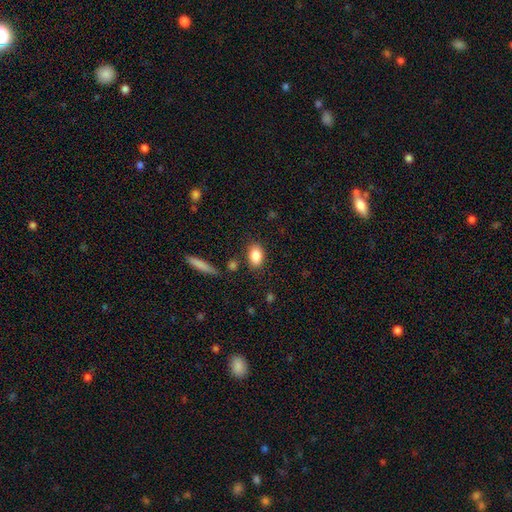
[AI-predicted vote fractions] A smooth galaxy with no disk features (85%) that is in between round and cigar-shaped (86%).

Vote fractions:
- Smooth or featured? smooth: 85% / star or artifact: 8% / featured or disk: 7%
- How rounded? in between: 86% / round: 11% / cigar-shaped: 3%
- Merging? none: 82% / minor disturbance: 11% / merger: 4% / major disturbance: 3%